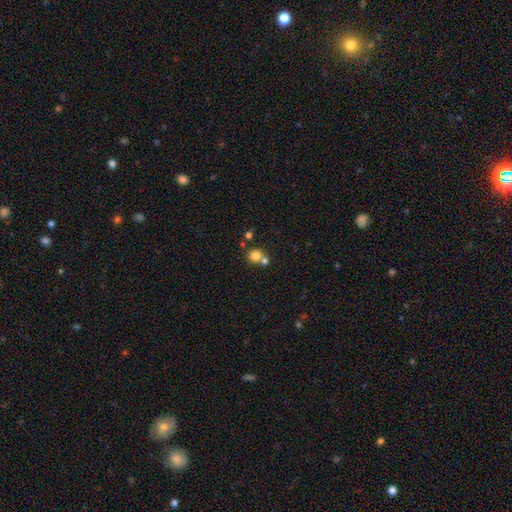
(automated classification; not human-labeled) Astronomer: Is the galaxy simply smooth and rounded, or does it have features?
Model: smooth — 79%.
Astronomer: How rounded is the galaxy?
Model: round — 88%.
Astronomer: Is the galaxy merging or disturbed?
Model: none — 54% (runner-up: merger, 36%).